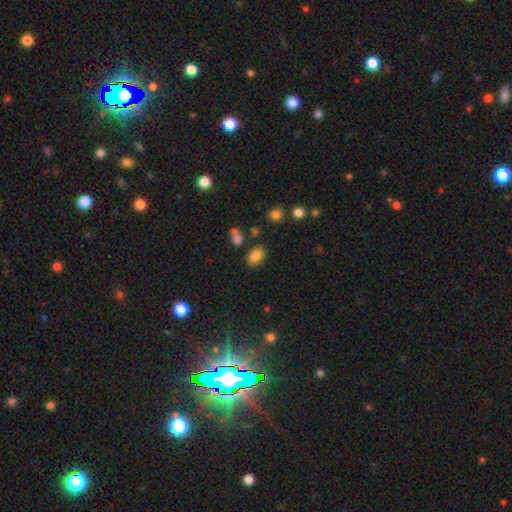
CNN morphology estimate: type=smooth (82%); roundness=in between (83%); merging=none (78%).